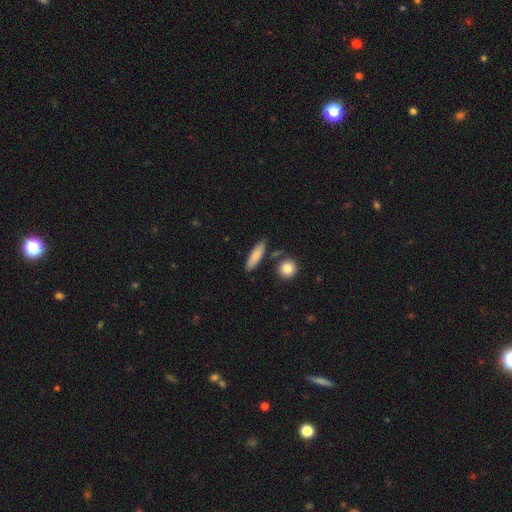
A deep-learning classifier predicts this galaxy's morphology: This is clearly a smooth galaxy (82%). How rounded: likely cigar-shaped (62%). Merging: likely none (80%).